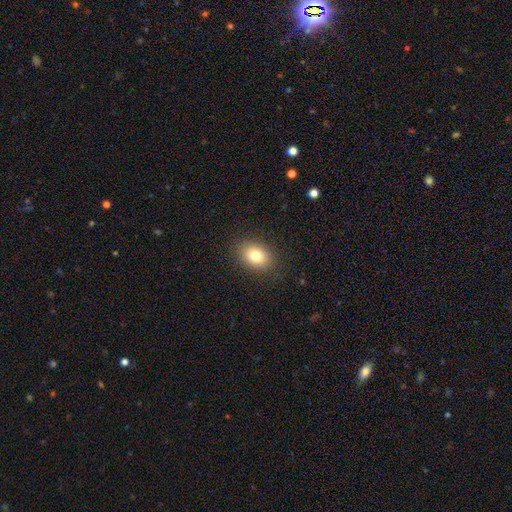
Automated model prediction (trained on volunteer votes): Overall: smooth (81%). How rounded: in between (74%). Merging: none (87%).